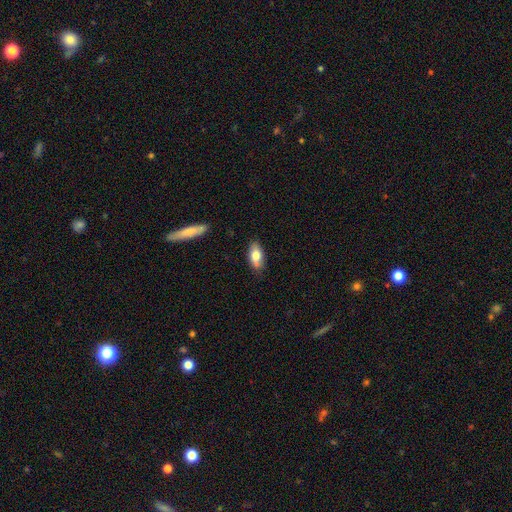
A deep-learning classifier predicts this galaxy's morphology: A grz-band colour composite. It shows a smooth galaxy with no disk features (74%) that is in between round and cigar-shaped (87%). Merging: none (82%).